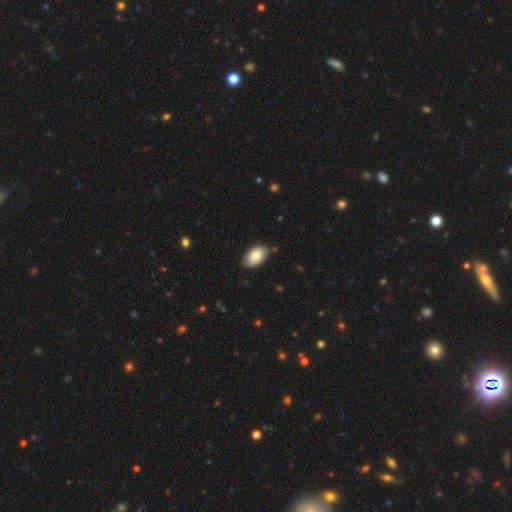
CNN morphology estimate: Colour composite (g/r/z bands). It shows a smooth galaxy with no disk features (83%) that is in between round and cigar-shaped (94%). Merging: none (79%).